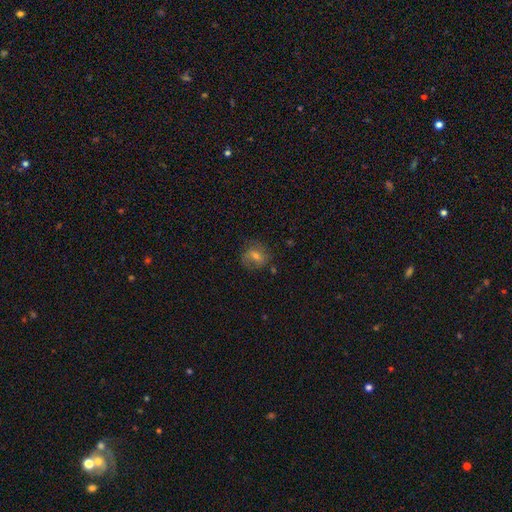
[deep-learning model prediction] The model was most divided on "how rounded": round: 58%, in between: 40%, cigar-shaped: 2%. More confident: merging — none (67%); smooth or featured — smooth (54%).